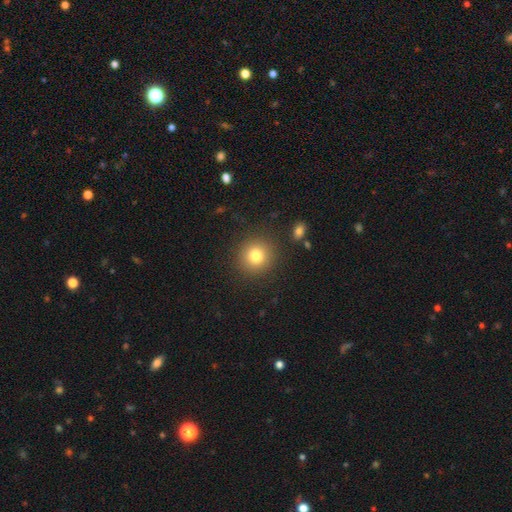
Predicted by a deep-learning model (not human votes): Smooth or featured? smooth (79%)
How rounded? round (92%)
Merging? none (89%)